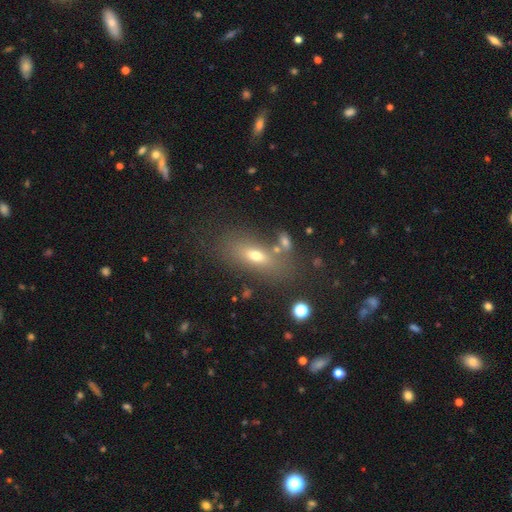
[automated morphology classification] Overall: smooth (61%; featured or disk 25%). How rounded: in between (68%). Merging: none (70%).